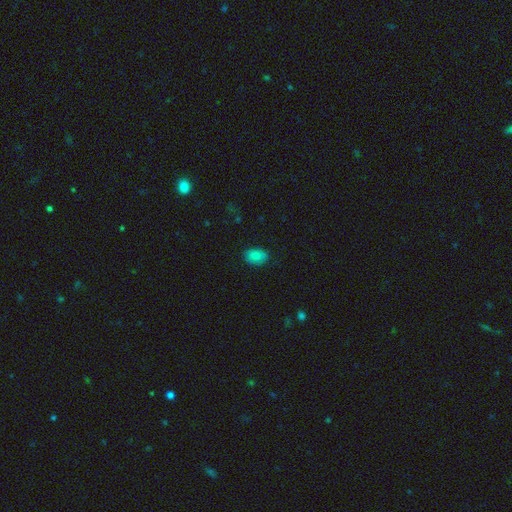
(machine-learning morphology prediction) A smooth galaxy with no disk features (80%) that is in between round and cigar-shaped (81%).

Vote fractions:
- Smooth or featured? smooth: 80% / featured or disk: 11% / star or artifact: 9%
- How rounded? in between: 81% / round: 18% / cigar-shaped: 1%
- Merging? none: 83% / minor disturbance: 13% / major disturbance: 2% / merger: 1%